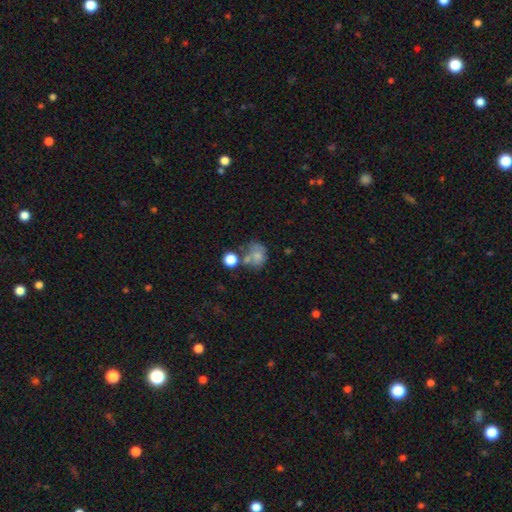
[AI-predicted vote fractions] This is likely a smooth galaxy (68%). How rounded: possibly round (59%). Merging: marginally none (34%).